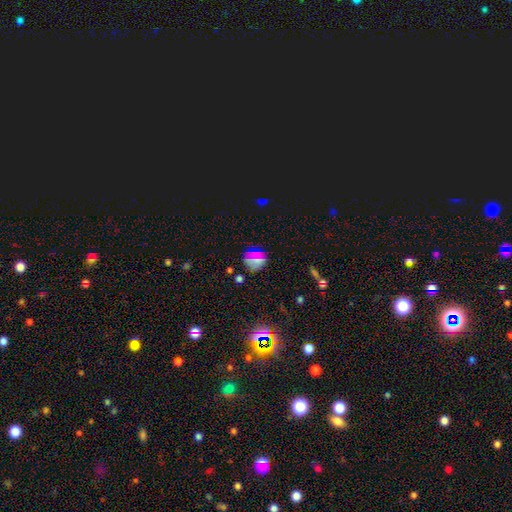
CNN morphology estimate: smooth 52%, star or artifact 37%, featured or disk 11%. Down the decision tree: how rounded — round (77%); merging — none (78%).